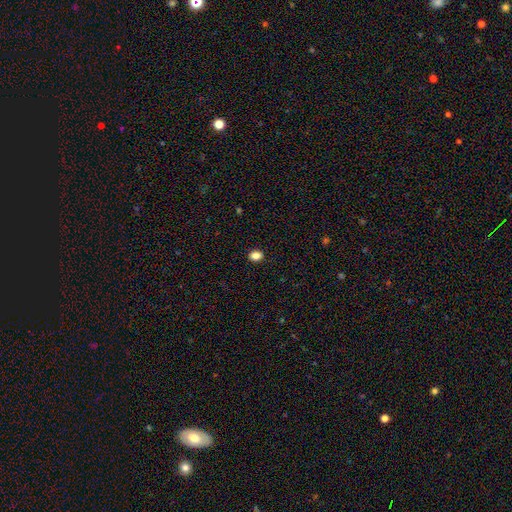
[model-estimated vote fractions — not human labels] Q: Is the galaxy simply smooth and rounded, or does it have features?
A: smooth — 85%.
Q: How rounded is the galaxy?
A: in between — 63%.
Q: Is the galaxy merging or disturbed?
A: none — 91%.